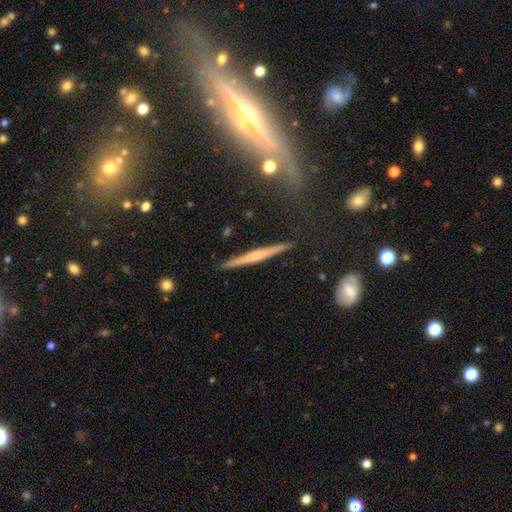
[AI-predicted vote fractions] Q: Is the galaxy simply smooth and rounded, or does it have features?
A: featured or disk — 62%.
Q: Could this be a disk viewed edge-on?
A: yes — 97%.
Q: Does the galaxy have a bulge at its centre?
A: none — 45%.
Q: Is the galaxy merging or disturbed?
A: none — 89%.